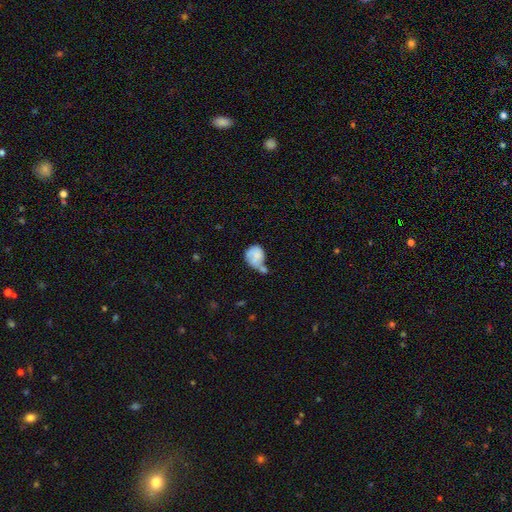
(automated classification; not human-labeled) smooth-or-featured: smooth: 64% | featured or disk: 27% | star or artifact: 8%
  how-rounded: round: 51% | in between: 47% | cigar-shaped: 1%
  merging: merger: 39% | minor disturbance: 22% | none: 21% | major disturbance: 19%